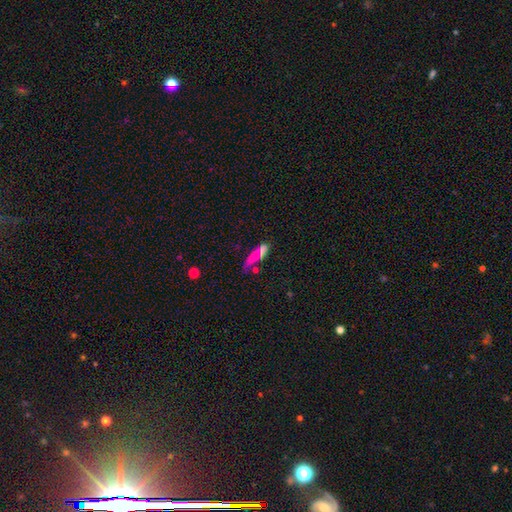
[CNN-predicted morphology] smooth 63%, featured or disk 19%, star or artifact 17%. Down the decision tree: how rounded — cigar-shaped (68%); merging — none (54%).